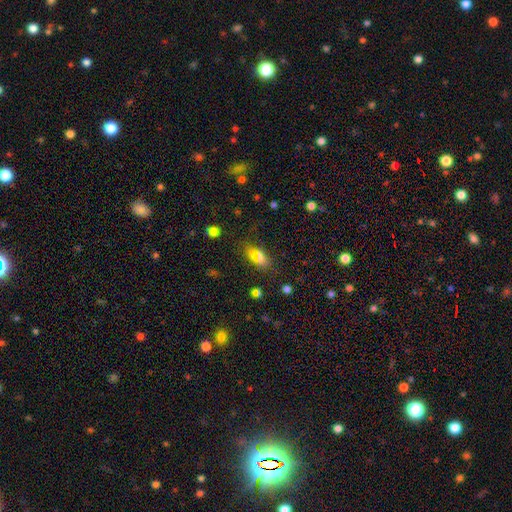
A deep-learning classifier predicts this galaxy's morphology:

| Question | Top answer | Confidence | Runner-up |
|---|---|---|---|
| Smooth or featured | smooth | 68% | featured or disk (17%) |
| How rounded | in between | 76% | cigar-shaped (16%) |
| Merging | none | 65% | minor disturbance (16%) |